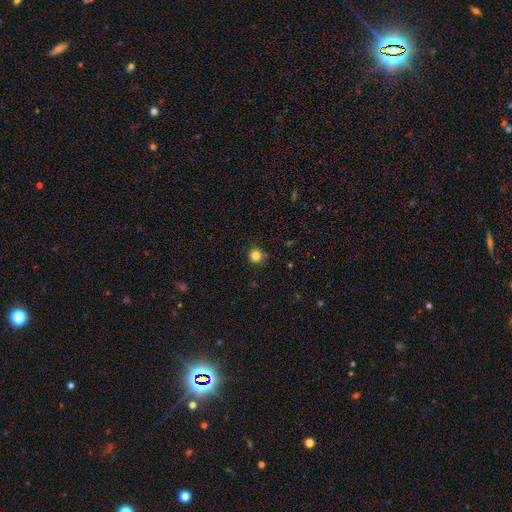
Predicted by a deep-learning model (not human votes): A smooth galaxy with no disk features (83%) that is round (94%). Merging: none (86%).